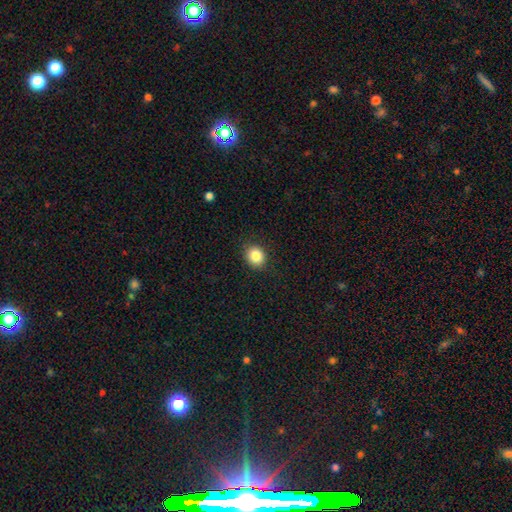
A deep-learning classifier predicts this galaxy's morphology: smooth_or_featured: smooth (p=0.85) [alt: star or artifact p=0.09]
how_rounded: round (p=0.69) [alt: in between p=0.30]
merging: none (p=0.88) [alt: minor disturbance p=0.08]